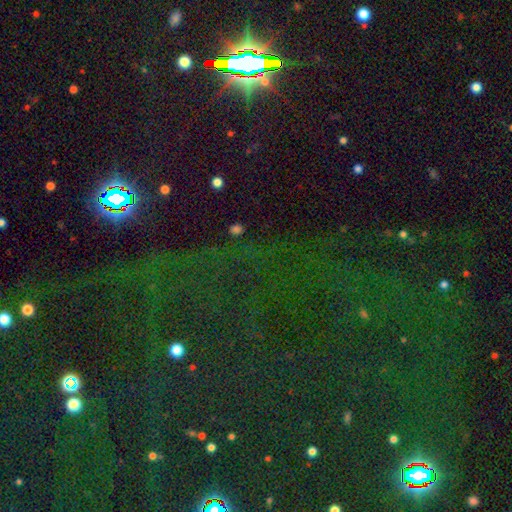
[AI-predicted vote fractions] A star or artifact, not a galaxy (83%).